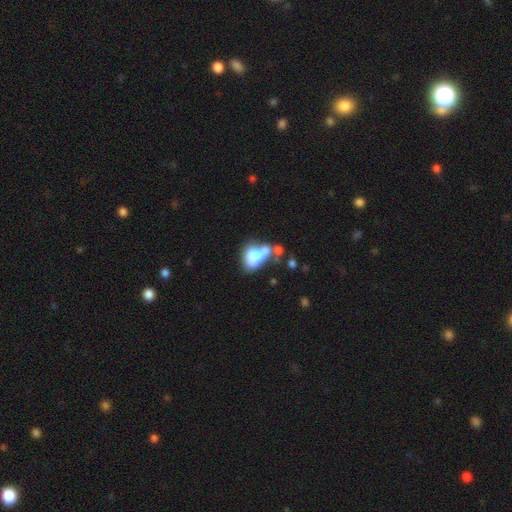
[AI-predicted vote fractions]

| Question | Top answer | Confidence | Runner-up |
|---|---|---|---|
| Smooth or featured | smooth | 63% | featured or disk (27%) |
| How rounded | in between | 80% | round (17%) |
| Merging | merger | 54% | none (17%) |